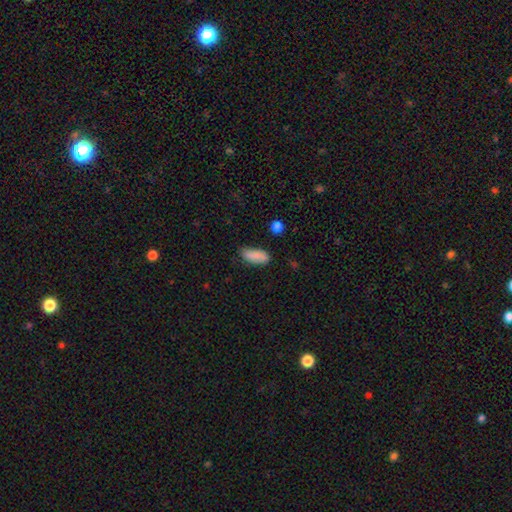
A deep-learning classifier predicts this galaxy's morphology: smooth_or_featured: smooth (p=0.87) [alt: star or artifact p=0.07]
how_rounded: in between (p=0.80) [alt: cigar-shaped p=0.18]
merging: none (p=0.72) [alt: minor disturbance p=0.21]